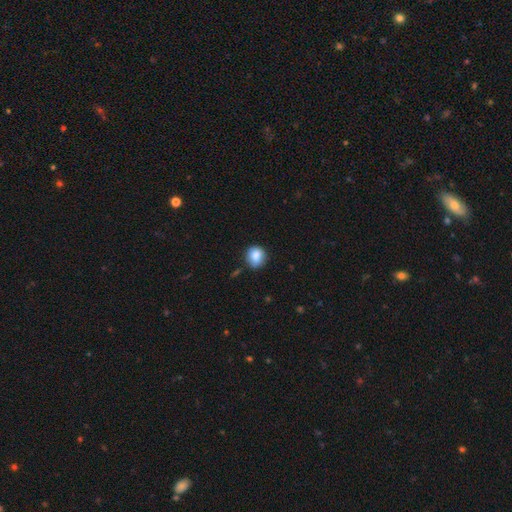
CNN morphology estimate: smooth 84%, star or artifact 9%, featured or disk 7%. Down the decision tree: how rounded — round (82%); merging — none (77%).